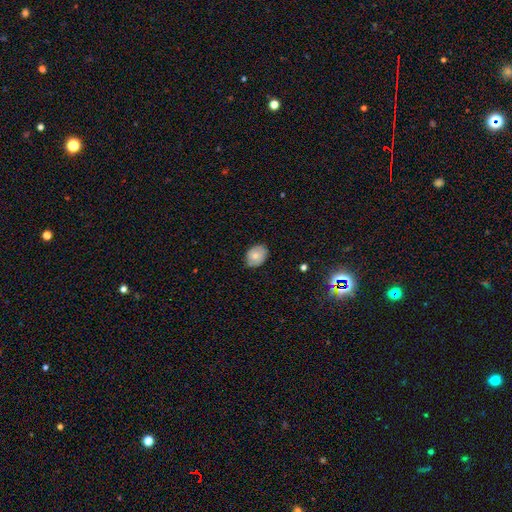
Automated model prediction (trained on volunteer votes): smooth 69%, featured or disk 23%, star or artifact 8%. Down the decision tree: how rounded — in between (58%); merging — none (75%).